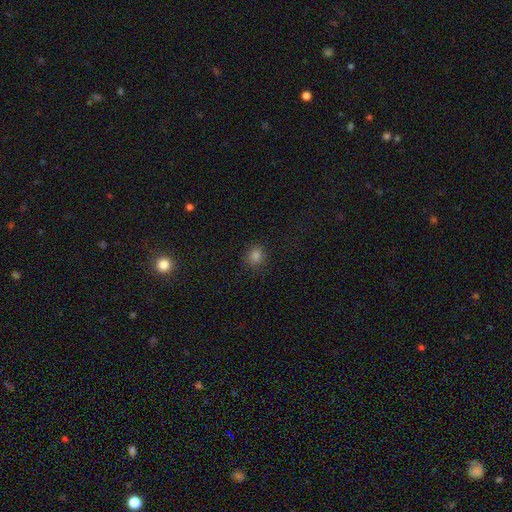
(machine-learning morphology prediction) Smooth or featured? Predicted: smooth (p=0.79). How rounded? Predicted: round (p=0.79). Merging? Predicted: none (p=0.88).